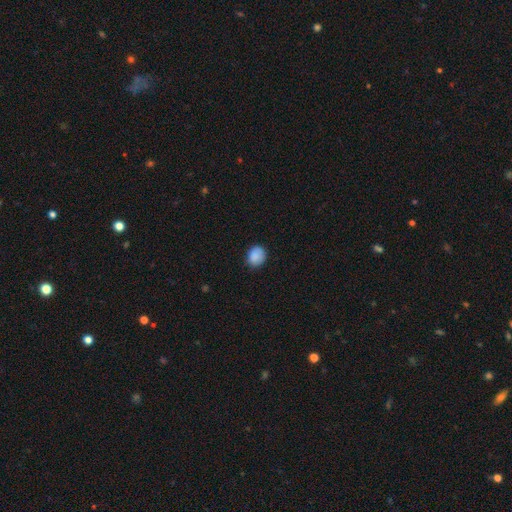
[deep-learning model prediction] Smooth or featured? Predicted: smooth (p=0.88). How rounded? Predicted: round (p=0.63). Merging? Predicted: none (p=0.81).